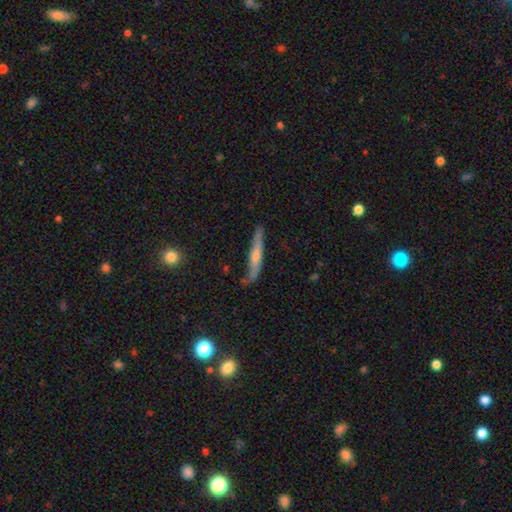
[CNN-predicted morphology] A featured or disk galaxy (66%) viewed edge-on (88%) with a rounded central bulge (78%). Merging: none (76%).